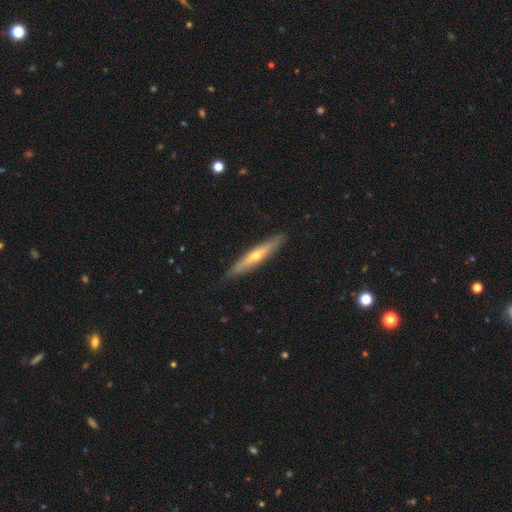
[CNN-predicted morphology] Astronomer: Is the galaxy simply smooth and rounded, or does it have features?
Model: featured or disk — 53% (runner-up: smooth, 41%).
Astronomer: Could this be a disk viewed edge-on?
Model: yes — 88%.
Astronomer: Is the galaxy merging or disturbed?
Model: none — 88%.